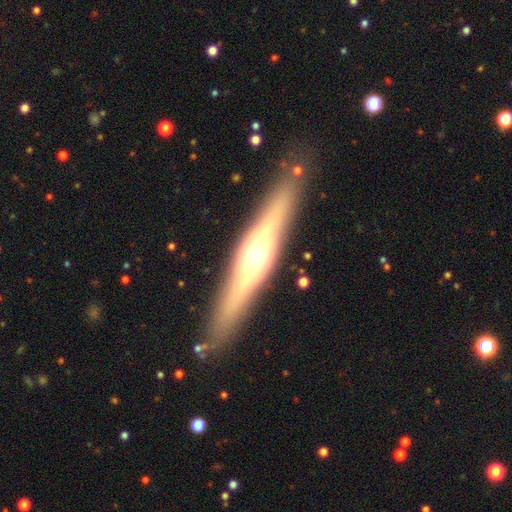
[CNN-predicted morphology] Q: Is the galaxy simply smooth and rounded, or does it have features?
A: featured or disk — 68%.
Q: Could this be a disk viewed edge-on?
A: yes — 92%.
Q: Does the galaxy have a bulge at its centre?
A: rounded — 80%.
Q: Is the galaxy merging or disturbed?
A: none — 87%.